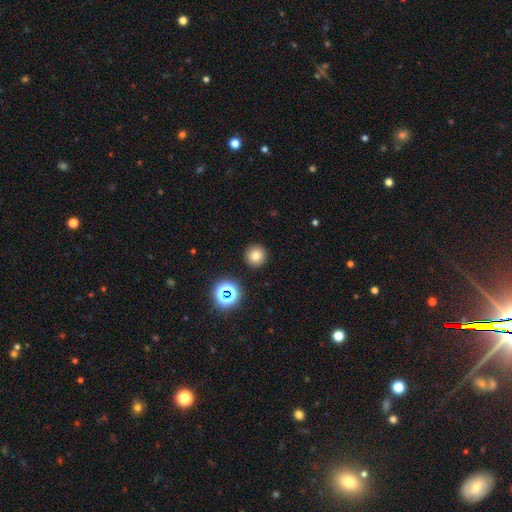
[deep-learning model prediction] smooth-or-featured: smooth: 75% | star or artifact: 17% | featured or disk: 8%
  how-rounded: round: 95% | in between: 4% | cigar-shaped: 1%
  merging: none: 91% | minor disturbance: 5% | major disturbance: 2% | merger: 2%